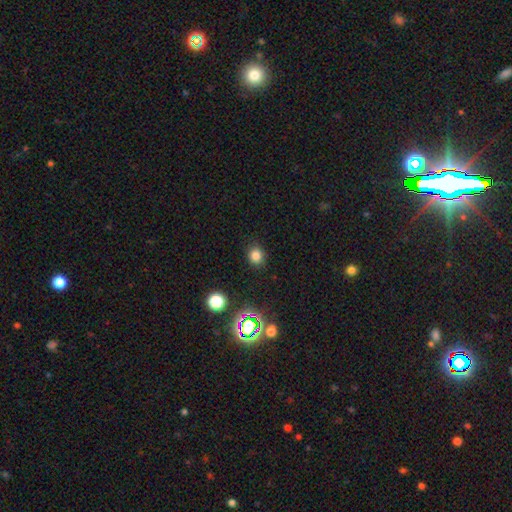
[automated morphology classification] The model was most divided on "how rounded": round: 75%, in between: 24%, cigar-shaped: 1%. More confident: merging — none (89%); smooth or featured — smooth (79%).